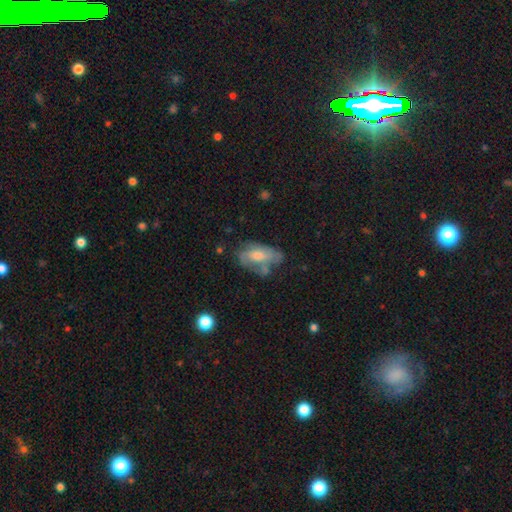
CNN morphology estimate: This appears to be a featured or disk galaxy (54%). Merging: none (47%).